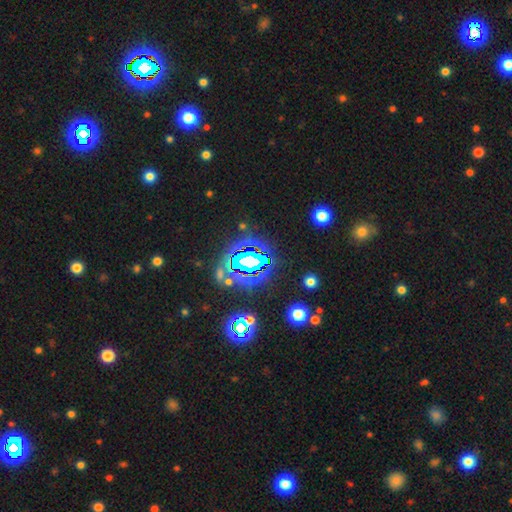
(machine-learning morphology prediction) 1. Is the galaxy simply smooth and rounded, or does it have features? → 80% star or artifact, 11% smooth, 9% featured or disk.